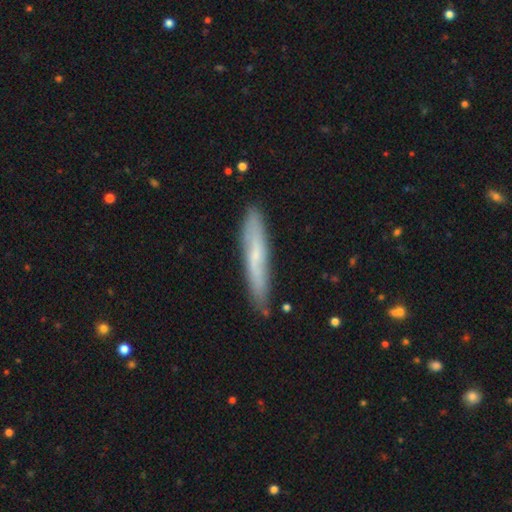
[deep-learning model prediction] The model was most divided on "smooth or featured": smooth: 48%, featured or disk: 45%, star or artifact: 7%. More confident: merging — none (83%).